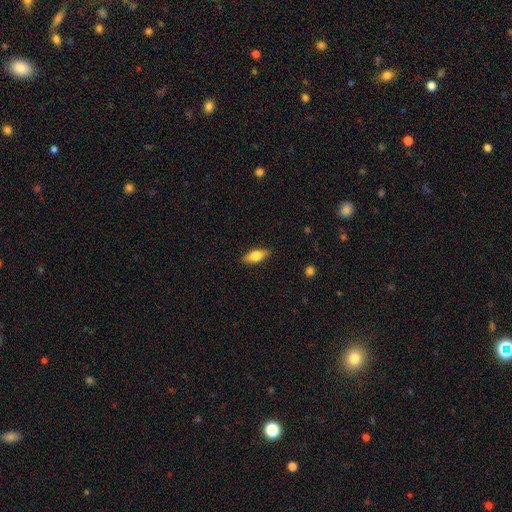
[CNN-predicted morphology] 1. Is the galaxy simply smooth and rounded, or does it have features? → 73% smooth, 21% featured or disk, 7% star or artifact.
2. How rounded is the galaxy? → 77% in between, 20% cigar-shaped, 3% round.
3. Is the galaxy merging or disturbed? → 88% none, 9% minor disturbance, 2% major disturbance, 1% merger.